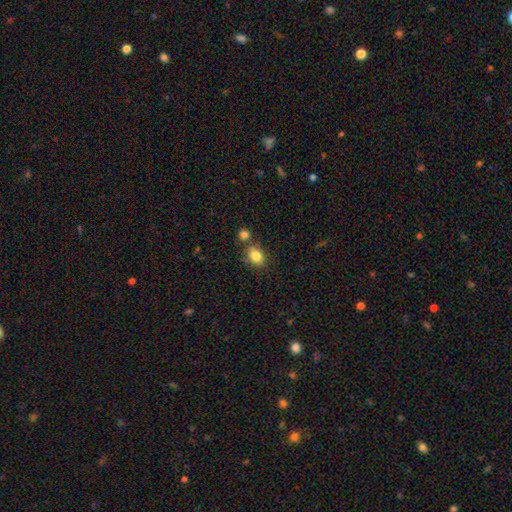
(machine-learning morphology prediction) Overall: smooth (83%). How rounded: in between (55%; round 44%). Merging: none (63%).